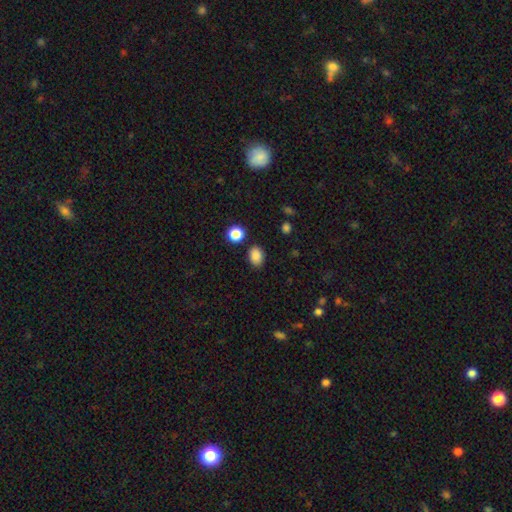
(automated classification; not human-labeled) Smooth or featured: smooth — 86% (star or artifact — 11%)
How rounded: in between — 68% (round — 31%)
Merging: none — 82% (minor disturbance — 11%)